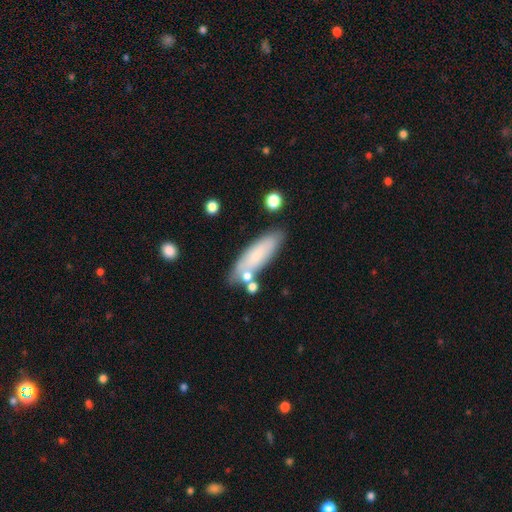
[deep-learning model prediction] Overall: smooth (75%). How rounded: cigar-shaped (49%, tied with in between). Merging: none (72%).